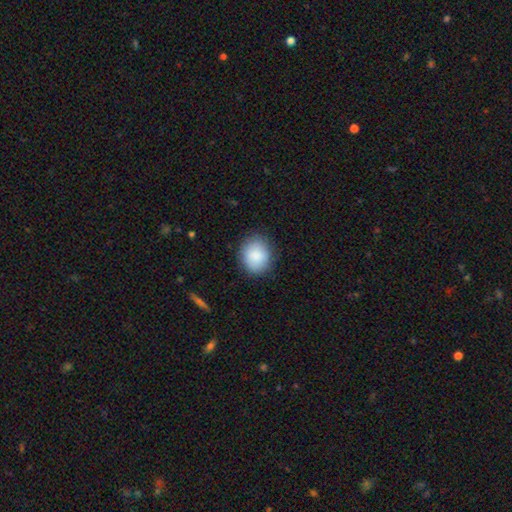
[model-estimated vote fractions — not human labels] Q: Smooth or featured?
A: smooth (88%); runner-up: star or artifact (7%)
Q: How rounded?
A: round (65%); runner-up: in between (34%)
Q: Merging?
A: none (84%); runner-up: minor disturbance (12%)